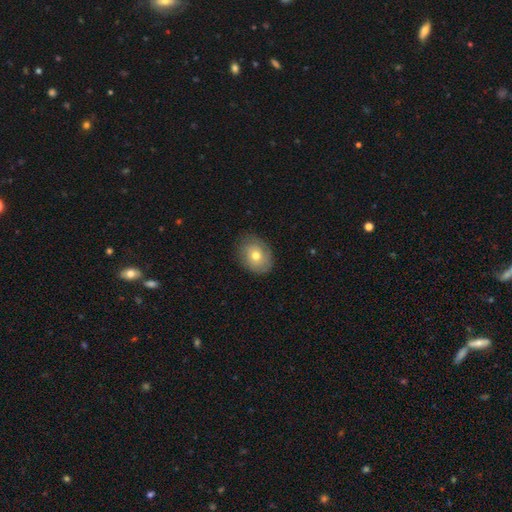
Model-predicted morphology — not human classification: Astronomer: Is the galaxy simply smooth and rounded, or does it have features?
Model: smooth — 62%.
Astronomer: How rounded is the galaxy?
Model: in between — 58% (runner-up: round, 41%).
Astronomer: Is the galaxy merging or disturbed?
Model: none — 78%.